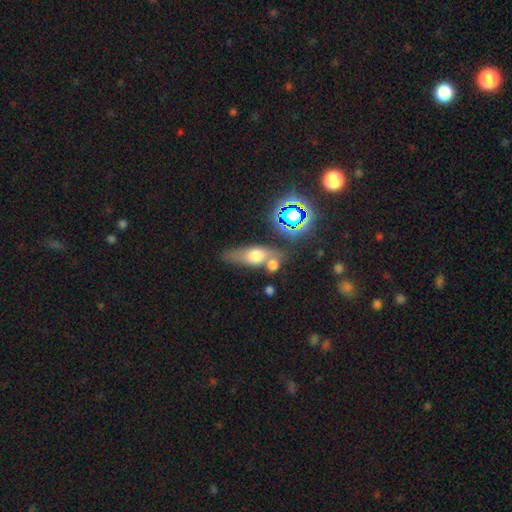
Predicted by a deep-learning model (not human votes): This appears to be a smooth galaxy with no disk features (54%) that is in between round and cigar-shaped (56%). Merging: none (52%).